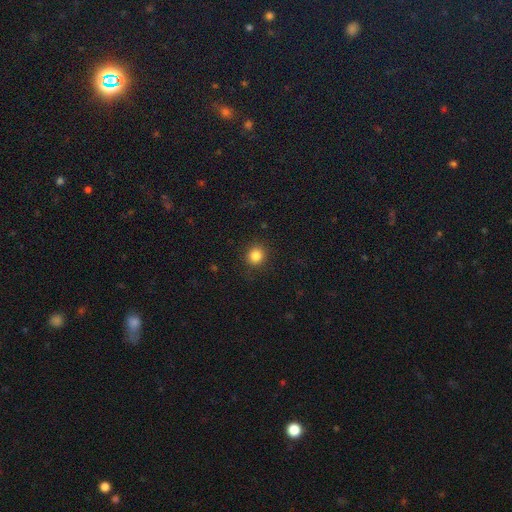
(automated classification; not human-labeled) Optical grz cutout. It shows a smooth galaxy with no disk features (85%) that is round (88%). Merging: none (90%).